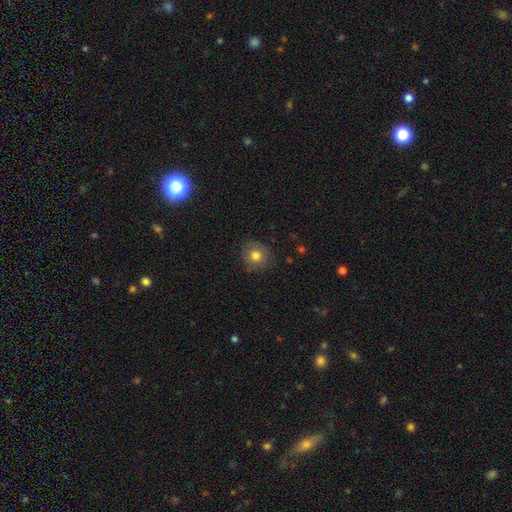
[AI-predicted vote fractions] Morphology: type=smooth (78%); roundness=round (90%); merging=none (84%).